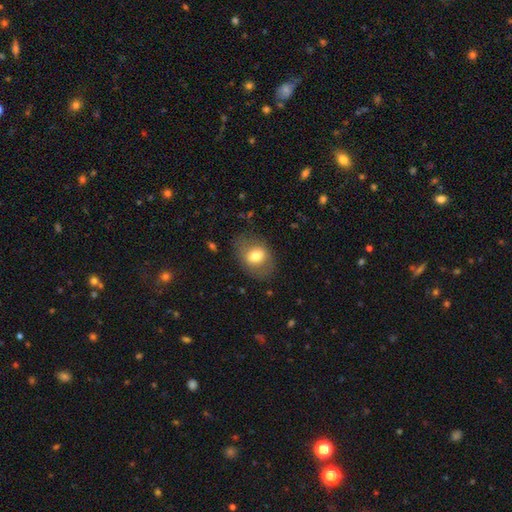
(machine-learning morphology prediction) This appears to be a smooth galaxy with no disk features (67%) that is in between round and cigar-shaped (66%). Merging: none (74%).